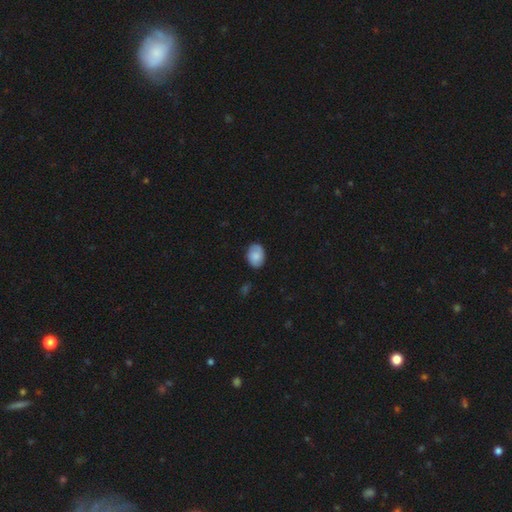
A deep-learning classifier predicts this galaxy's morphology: Q: Smooth or featured?
A: smooth (79%); runner-up: featured or disk (14%)
Q: How rounded?
A: in between (74%); runner-up: round (25%)
Q: Merging?
A: none (79%); runner-up: minor disturbance (17%)